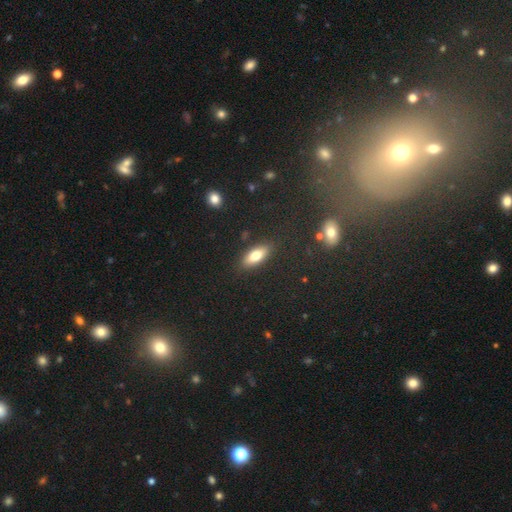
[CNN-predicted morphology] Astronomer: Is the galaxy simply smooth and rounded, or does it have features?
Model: smooth — 74%.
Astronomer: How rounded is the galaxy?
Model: in between — 77%.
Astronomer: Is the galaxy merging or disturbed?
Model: none — 87%.